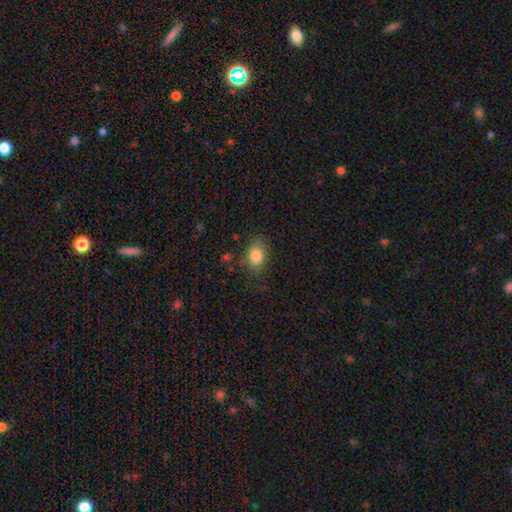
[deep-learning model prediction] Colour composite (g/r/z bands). It shows a smooth galaxy with no disk features (83%) that is in between round and cigar-shaped (77%). Merging: none (75%).